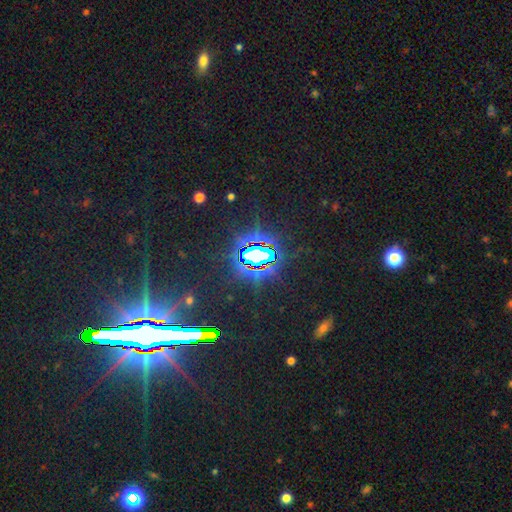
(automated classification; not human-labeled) Q: Smooth or featured?
A: star or artifact (82%); runner-up: smooth (9%)